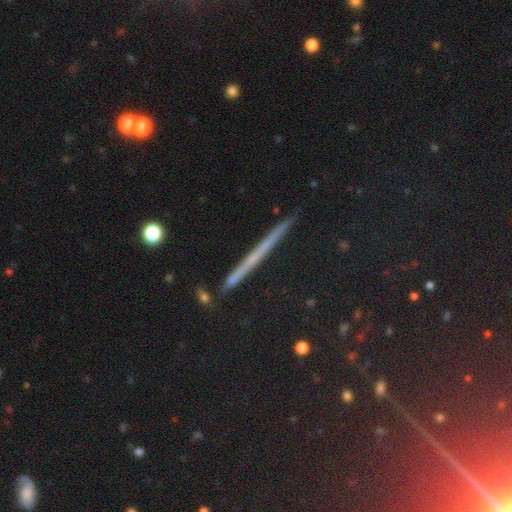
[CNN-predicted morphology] This appears to be a featured or disk galaxy (44%). Merging: none (91%).